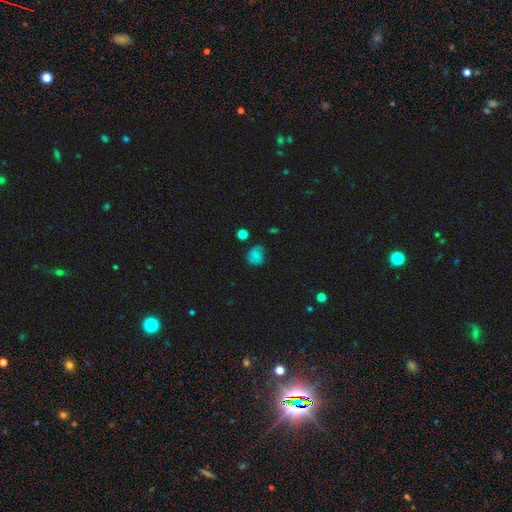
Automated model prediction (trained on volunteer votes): smooth 75%, star or artifact 13%, featured or disk 12%. Down the decision tree: how rounded — round (65%); merging — none (63%).